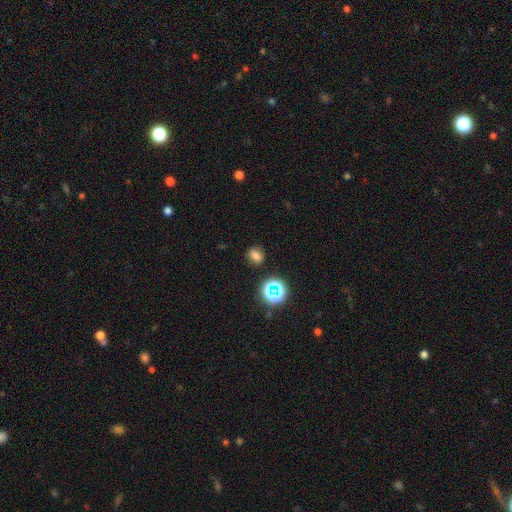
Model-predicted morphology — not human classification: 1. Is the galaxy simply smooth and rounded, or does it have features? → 70% smooth, 22% star or artifact, 8% featured or disk.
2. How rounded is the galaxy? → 56% round, 43% in between, 1% cigar-shaped.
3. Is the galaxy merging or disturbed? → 84% none, 10% minor disturbance, 3% major disturbance, 2% merger.